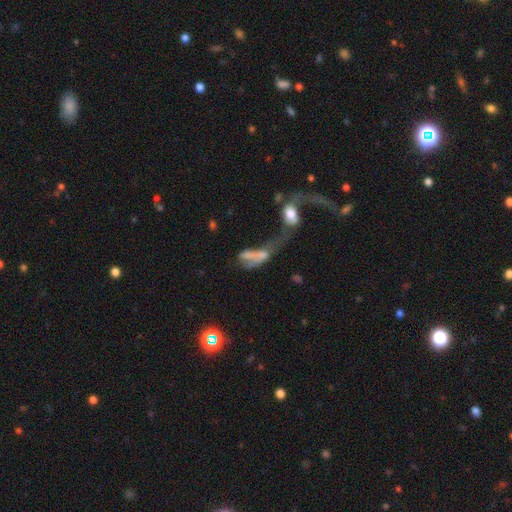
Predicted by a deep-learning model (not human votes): smooth-or-featured: smooth: 45% | featured or disk: 41% | star or artifact: 14%
  merging: merger: 58% | major disturbance: 27% | none: 8% | minor disturbance: 7%